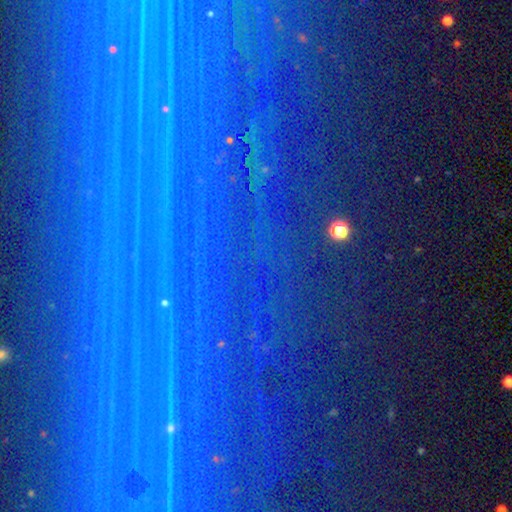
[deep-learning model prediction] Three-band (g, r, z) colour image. It shows a star or artifact, not a galaxy (83%).